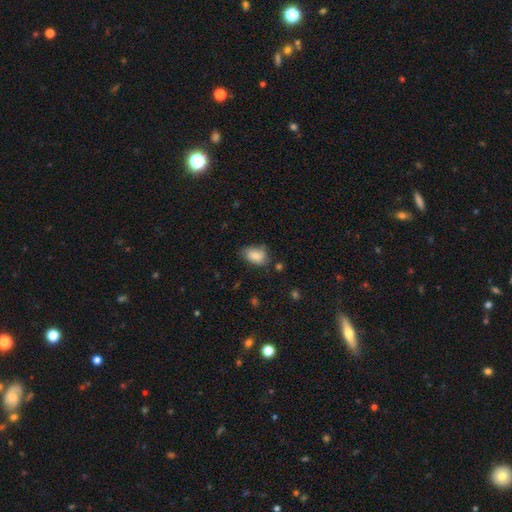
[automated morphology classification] This is clearly a smooth galaxy (83%). How rounded: clearly in between (87%). Merging: likely none (62%).